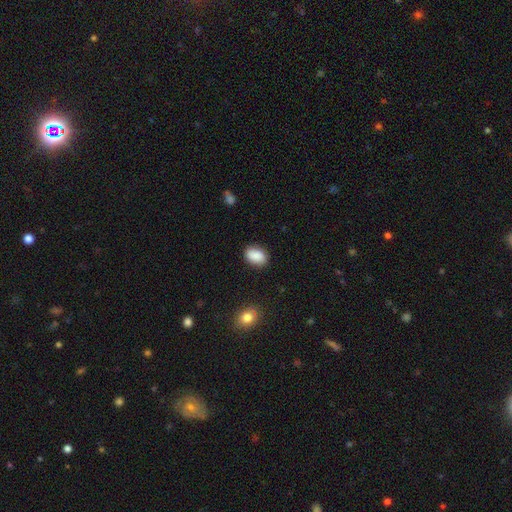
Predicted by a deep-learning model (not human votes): A smooth galaxy with no disk features (89%) that is in between round and cigar-shaped (85%).

Vote fractions:
- Smooth or featured? smooth: 89% / star or artifact: 7% / featured or disk: 4%
- How rounded? in between: 85% / round: 14% / cigar-shaped: 1%
- Merging? none: 84% / minor disturbance: 12% / major disturbance: 3% / merger: 2%